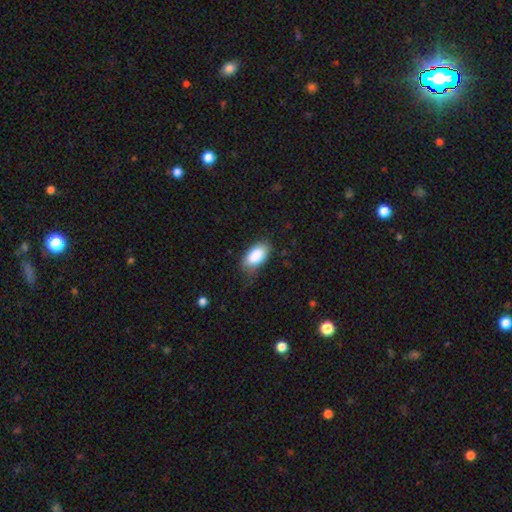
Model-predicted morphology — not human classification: Smooth or featured?
  - smooth: 87% *
  - star or artifact: 6%
  - featured or disk: 6%
How rounded?
  - in between: 94% *
  - round: 4%
  - cigar-shaped: 3%
Merging?
  - none: 67% *
  - minor disturbance: 25%
  - major disturbance: 7%
  - merger: 1%